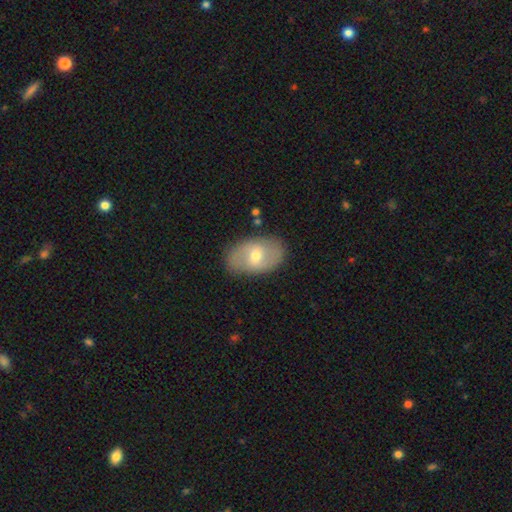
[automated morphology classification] smooth 47%, featured or disk 46%, star or artifact 6%. Down the decision tree: merging — none (82%).